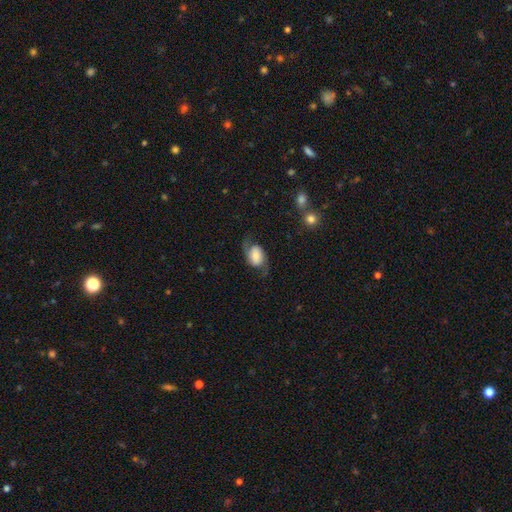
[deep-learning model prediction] Smooth or featured? Predicted: featured or disk (p=0.67). Edge-on disk? Predicted: no (p=0.97). Bar? Predicted: no (p=0.50). Spiral arms? Predicted: yes (p=0.94). Spiral winding? Predicted: loose (p=0.54). Spiral arm count? Predicted: 2 (p=0.92). Bulge size? Predicted: large (p=0.29). Merging? Predicted: none (p=0.68).